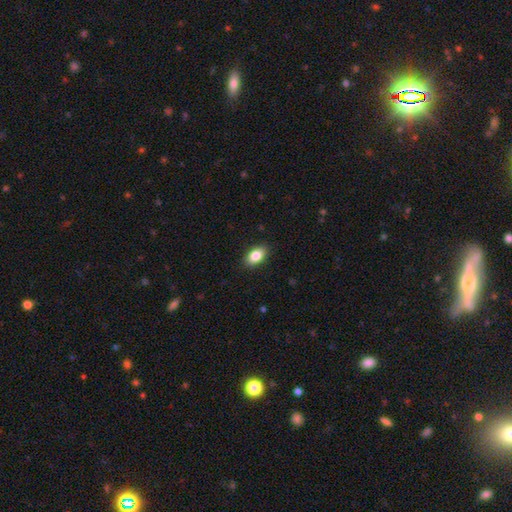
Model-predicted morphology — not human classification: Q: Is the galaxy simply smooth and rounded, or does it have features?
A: smooth — 85%.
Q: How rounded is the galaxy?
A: in between — 90%.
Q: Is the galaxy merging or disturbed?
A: none — 89%.